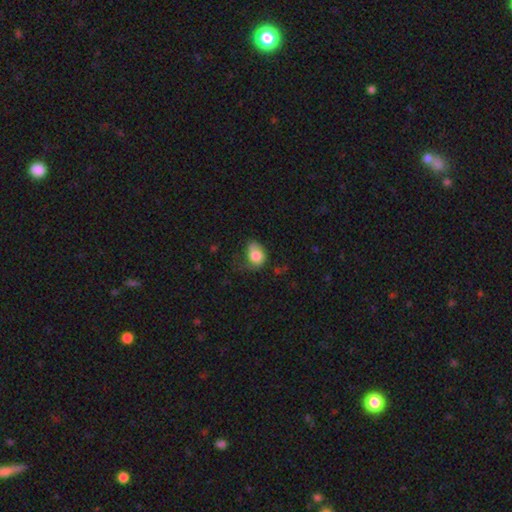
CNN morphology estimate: This is likely a smooth galaxy (78%). How rounded: likely in between (62%). Merging: marginally minor disturbance (37%).